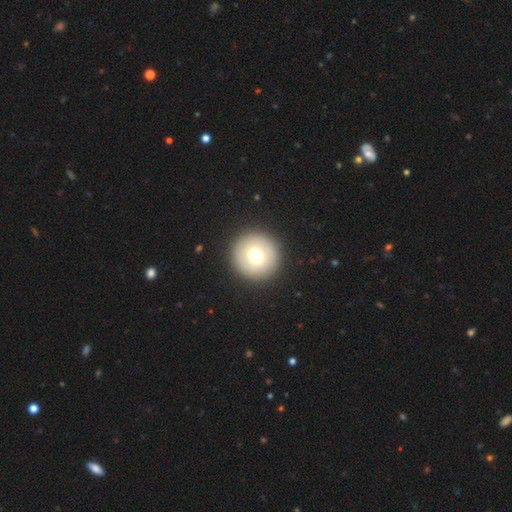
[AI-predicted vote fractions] Smooth or featured?
  - smooth: 71% *
  - featured or disk: 18%
  - star or artifact: 11%
How rounded?
  - round: 96% *
  - in between: 3%
  - cigar-shaped: 1%
Merging?
  - none: 92% *
  - minor disturbance: 4%
  - major disturbance: 2%
  - merger: 1%